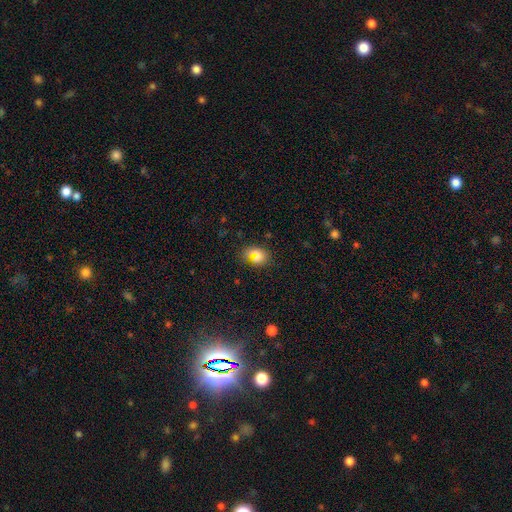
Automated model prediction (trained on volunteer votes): This is possibly a smooth galaxy (54%). How rounded: possibly in between (51%). Merging: likely none (64%).